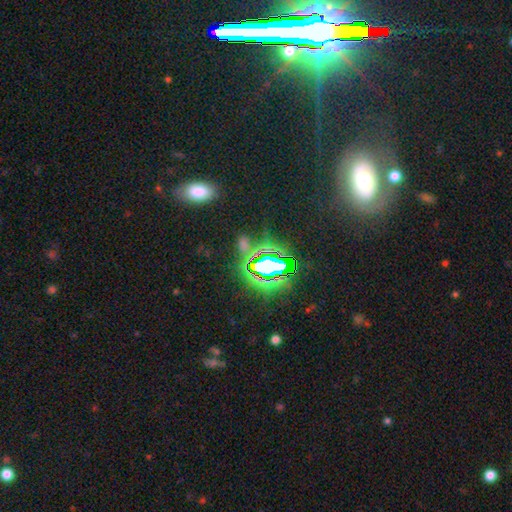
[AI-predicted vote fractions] Q: Smooth or featured?
A: star or artifact (67%); runner-up: smooth (18%)